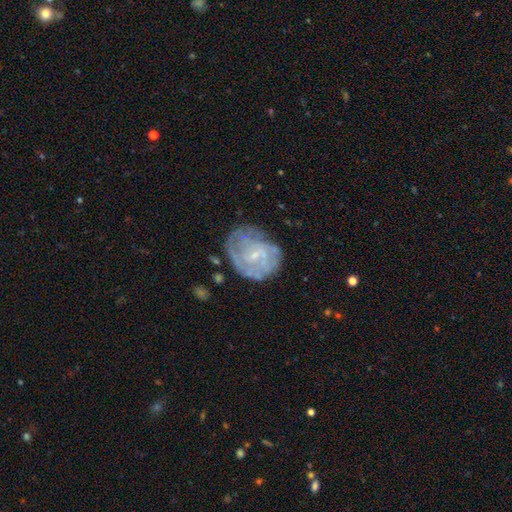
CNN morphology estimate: This appears to be a featured or disk galaxy (70%) with no bar (47%), spiral arms (70%) and a small central bulge (72%). Merging: none (58%).